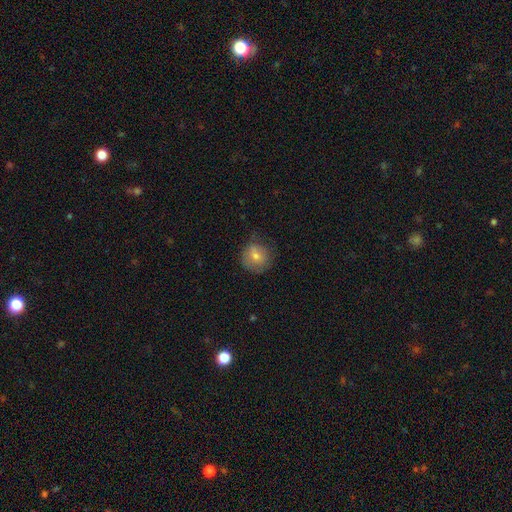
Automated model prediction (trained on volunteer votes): smooth-or-featured: smooth: 66% | featured or disk: 22% | star or artifact: 12%
  how-rounded: round: 87% | in between: 12% | cigar-shaped: 1%
  merging: none: 71% | minor disturbance: 20% | major disturbance: 6% | merger: 2%